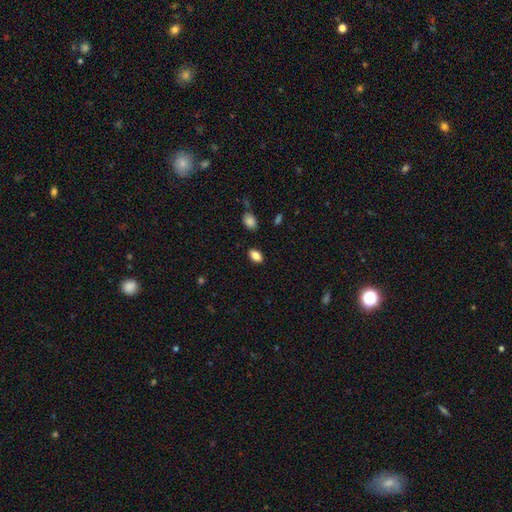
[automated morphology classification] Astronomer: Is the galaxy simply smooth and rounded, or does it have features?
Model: smooth — 83%.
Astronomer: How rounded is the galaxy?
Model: in between — 89%.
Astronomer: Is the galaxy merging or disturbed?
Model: none — 87%.